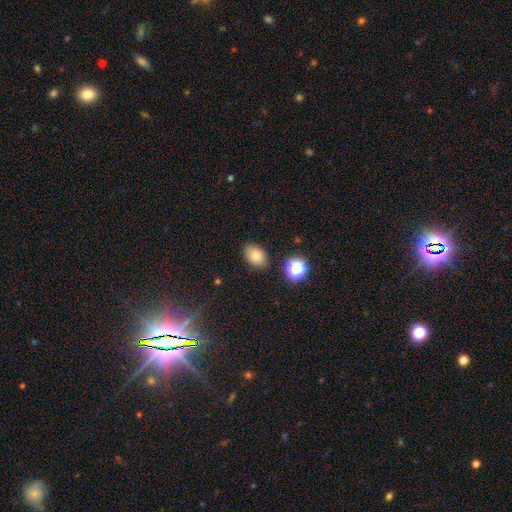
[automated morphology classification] type=smooth (79%); roundness=in between (81%); merging=none (86%).